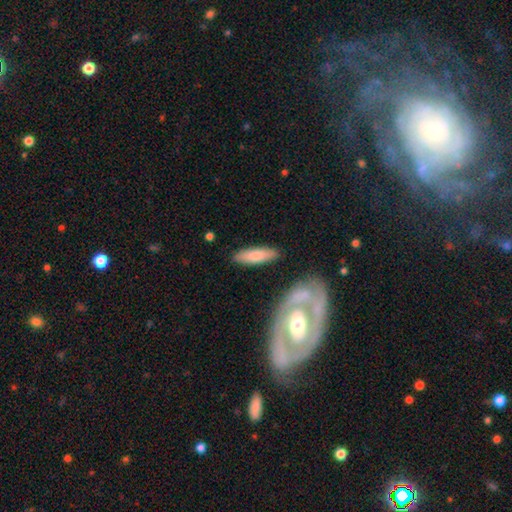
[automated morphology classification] Smooth or featured: smooth — 76% (featured or disk — 18%)
How rounded: cigar-shaped — 57% (in between — 42%)
Merging: none — 83% (minor disturbance — 10%)